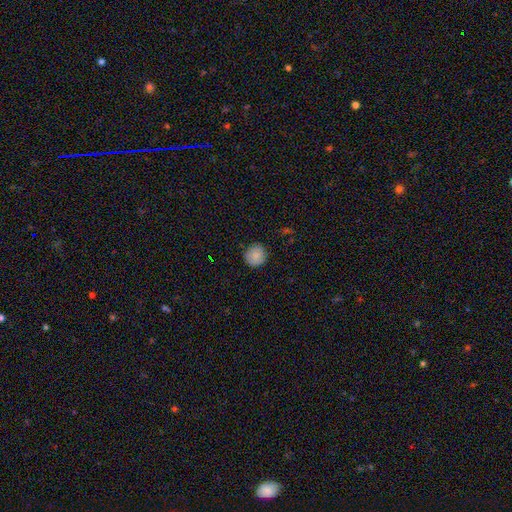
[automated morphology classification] A smooth galaxy with no disk features (85%) that is round (93%). Merging: none (88%).